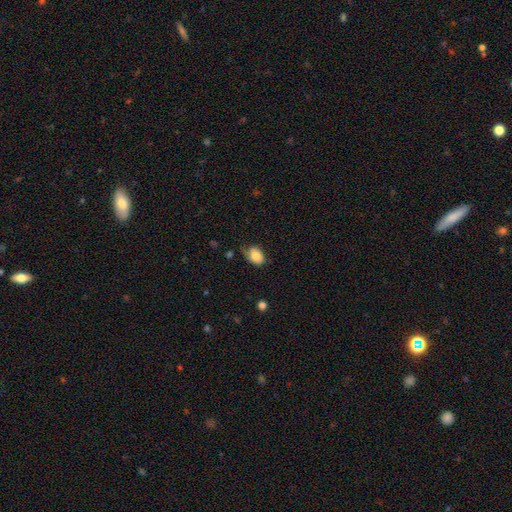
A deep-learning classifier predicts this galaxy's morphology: Smooth or featured?
  - smooth: 74% *
  - featured or disk: 18%
  - star or artifact: 8%
How rounded?
  - in between: 81% *
  - round: 18%
  - cigar-shaped: 1%
Merging?
  - none: 51% *
  - minor disturbance: 35%
  - major disturbance: 13%
  - merger: 2%